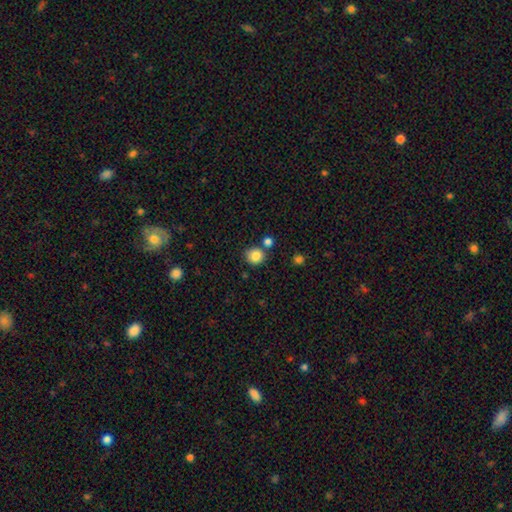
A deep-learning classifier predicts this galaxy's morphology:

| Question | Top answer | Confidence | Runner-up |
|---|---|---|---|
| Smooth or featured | smooth | 85% | star or artifact (10%) |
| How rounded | round | 89% | in between (10%) |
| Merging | none | 75% | merger (12%) |